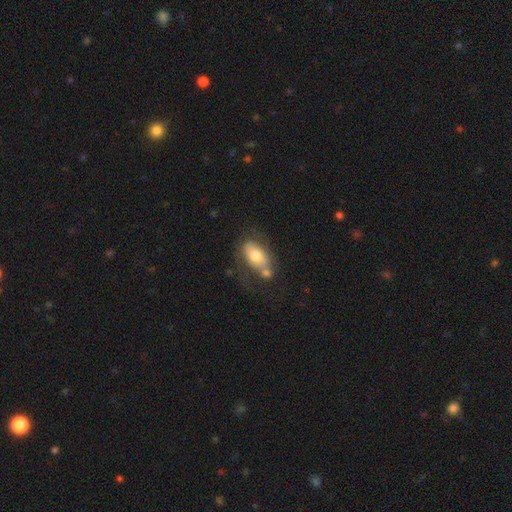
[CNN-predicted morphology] Smooth or featured: smooth — 61% (featured or disk — 32%)
How rounded: in between — 90% (round — 6%)
Merging: none — 43% (merger — 25%)